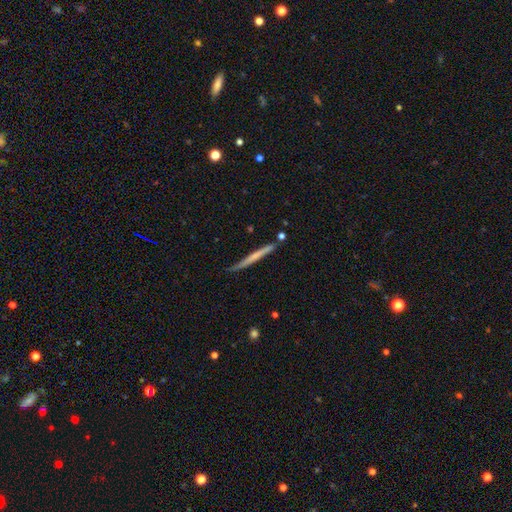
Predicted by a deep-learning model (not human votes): This is possibly a featured or disk galaxy (49%). Merging: likely none (80%).